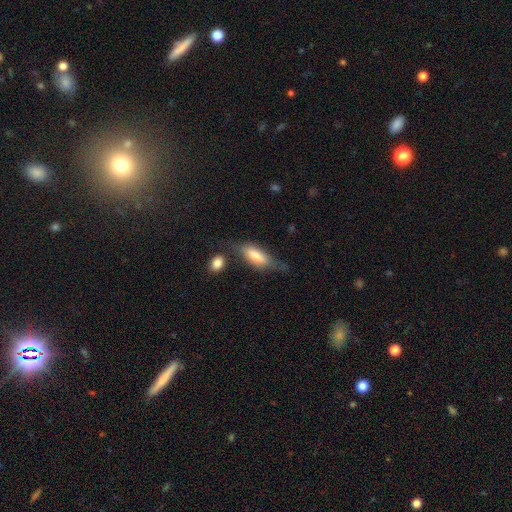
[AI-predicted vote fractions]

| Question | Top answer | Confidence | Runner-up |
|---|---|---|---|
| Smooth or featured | smooth | 64% | featured or disk (29%) |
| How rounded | in between | 57% | cigar-shaped (40%) |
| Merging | none | 50% | minor disturbance (27%) |